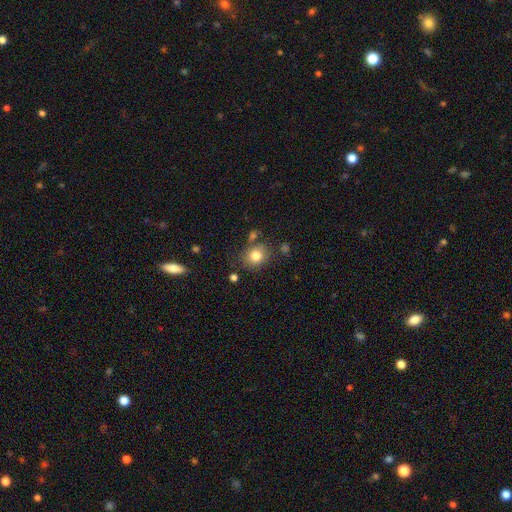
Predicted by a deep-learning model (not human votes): Smooth or featured: smooth — 81% (star or artifact — 11%)
How rounded: round — 71% (in between — 28%)
Merging: none — 74% (minor disturbance — 14%)